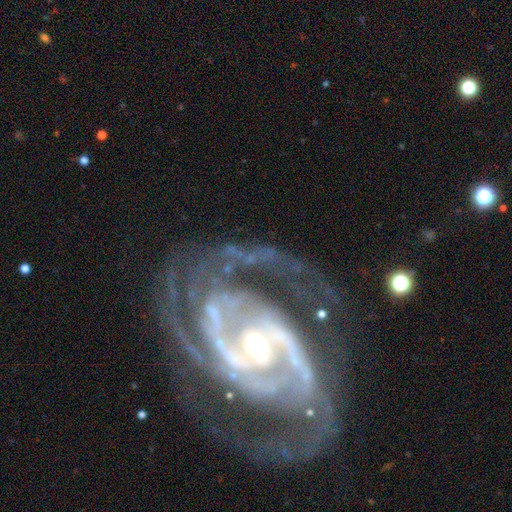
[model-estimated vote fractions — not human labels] A featured or disk galaxy (92%) with a weak bar (35%, tied with strong), 2 (57%) tight (46%) spiral arms (98%) and a small central bulge (55%). Merging: none (67%).